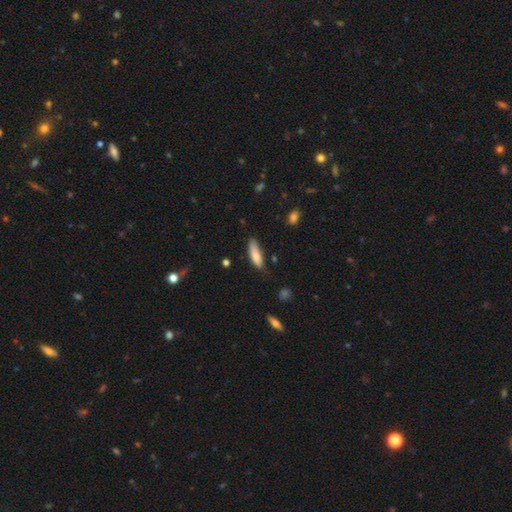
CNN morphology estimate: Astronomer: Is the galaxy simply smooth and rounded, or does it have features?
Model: smooth — 82%.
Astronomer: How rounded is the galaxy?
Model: cigar-shaped — 53% (runner-up: in between, 45%).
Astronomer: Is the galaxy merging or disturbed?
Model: none — 66%.